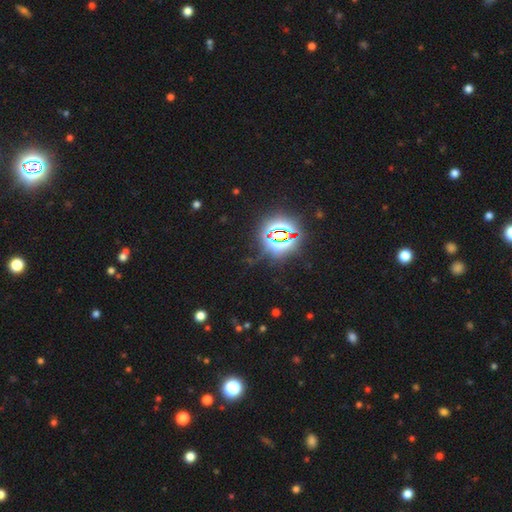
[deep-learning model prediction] Q: Smooth or featured?
A: star or artifact (82%); runner-up: smooth (11%)